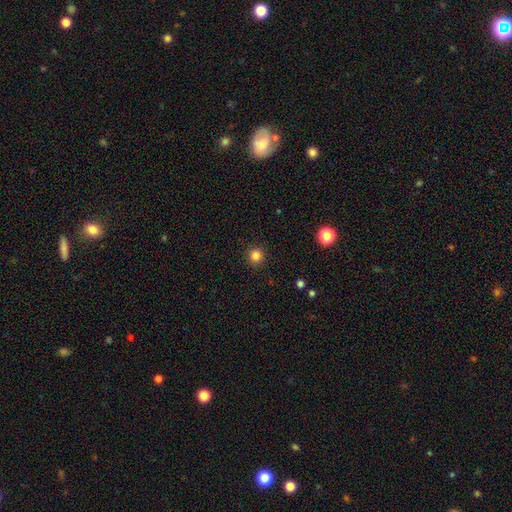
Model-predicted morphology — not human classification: A smooth galaxy with no disk features (83%) that is round (94%). Merging: none (92%).